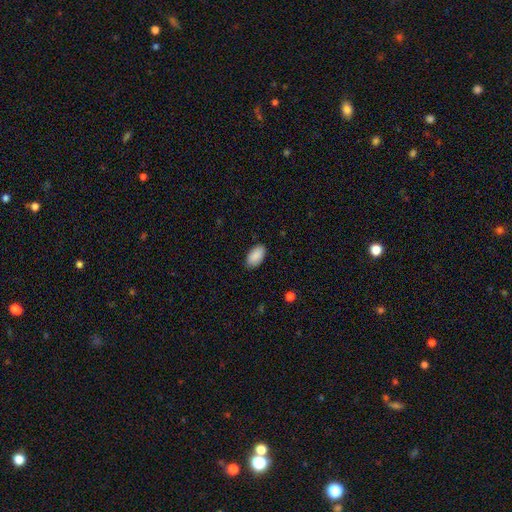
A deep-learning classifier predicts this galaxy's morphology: smooth-or-featured: smooth: 90% | star or artifact: 6% | featured or disk: 4%
  how-rounded: in between: 96% | round: 3% | cigar-shaped: 2%
  merging: none: 87% | minor disturbance: 10% | major disturbance: 2% | merger: 1%